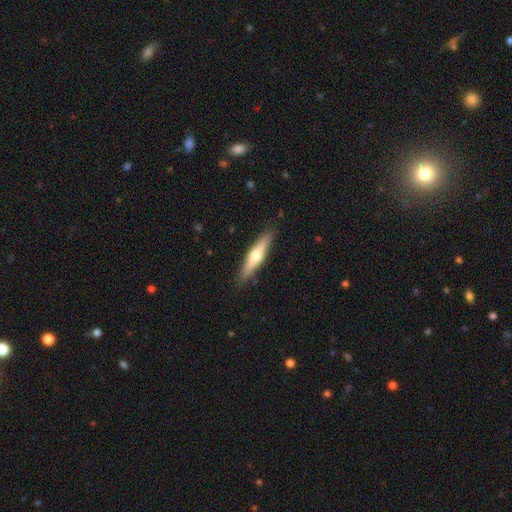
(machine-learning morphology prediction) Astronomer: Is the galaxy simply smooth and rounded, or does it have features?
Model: featured or disk — 48% (runner-up: smooth, 46%).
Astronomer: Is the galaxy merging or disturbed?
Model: none — 87%.